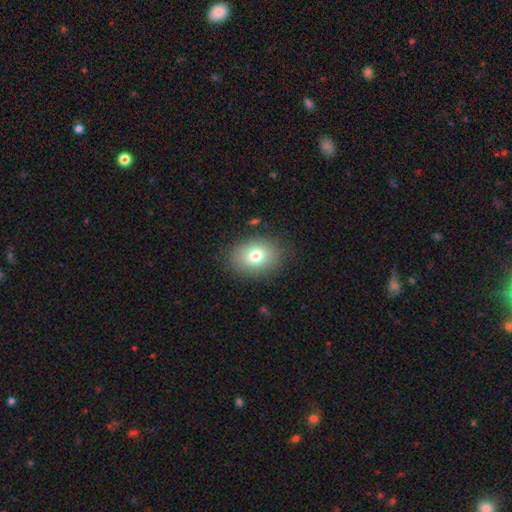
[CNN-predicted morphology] Q: Smooth or featured?
A: smooth (77%); runner-up: featured or disk (13%)
Q: How rounded?
A: in between (61%); runner-up: round (38%)
Q: Merging?
A: none (84%); runner-up: minor disturbance (10%)